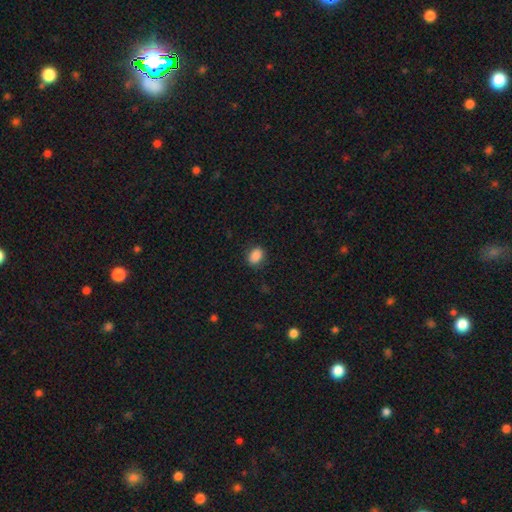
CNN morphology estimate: smooth 87%, star or artifact 9%, featured or disk 3%. Down the decision tree: how rounded — in between (68%); merging — none (85%).